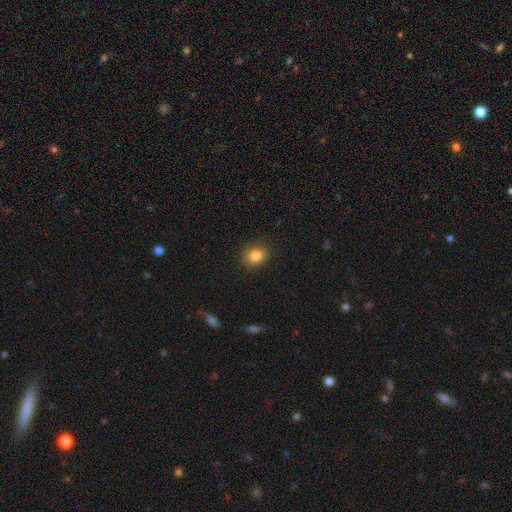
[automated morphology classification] The model was most divided on "how rounded": round: 63%, in between: 36%, cigar-shaped: 1%. More confident: merging — none (87%); smooth or featured — smooth (83%).